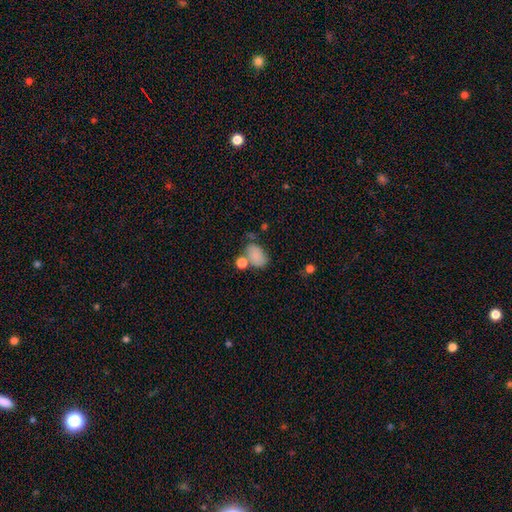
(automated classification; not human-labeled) smooth 81%, featured or disk 10%, star or artifact 9%. Down the decision tree: how rounded — in between (79%); merging — none (47%).